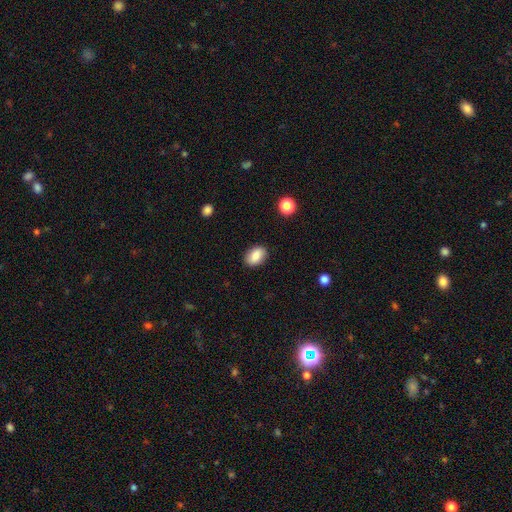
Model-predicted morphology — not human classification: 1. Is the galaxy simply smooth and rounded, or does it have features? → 83% smooth, 9% featured or disk, 8% star or artifact.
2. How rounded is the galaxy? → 83% in between, 15% round, 1% cigar-shaped.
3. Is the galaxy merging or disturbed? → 87% none, 9% minor disturbance, 2% major disturbance, 1% merger.